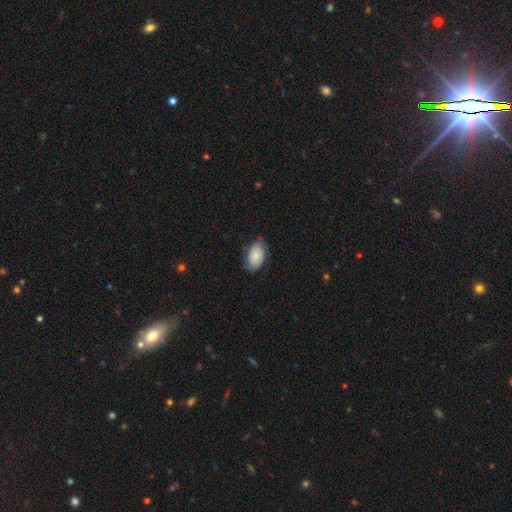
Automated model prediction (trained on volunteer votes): The model was most divided on "smooth or featured": smooth: 62%, featured or disk: 31%, star or artifact: 7%. More confident: how rounded — in between (91%); merging — none (66%).